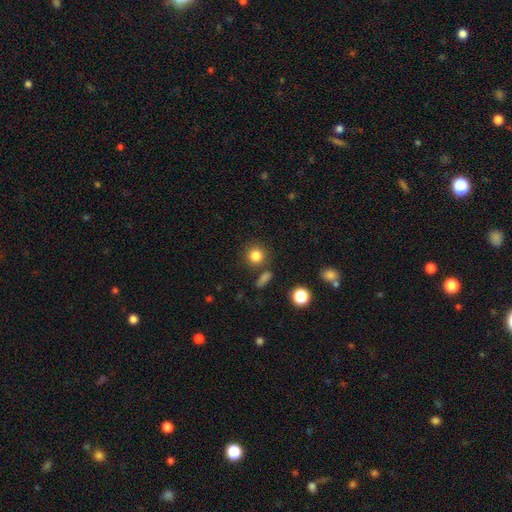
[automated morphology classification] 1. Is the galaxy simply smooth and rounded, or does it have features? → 83% smooth, 11% star or artifact, 6% featured or disk.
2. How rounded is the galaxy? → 90% round, 9% in between, 1% cigar-shaped.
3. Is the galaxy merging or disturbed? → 79% none, 9% minor disturbance, 8% merger, 4% major disturbance.